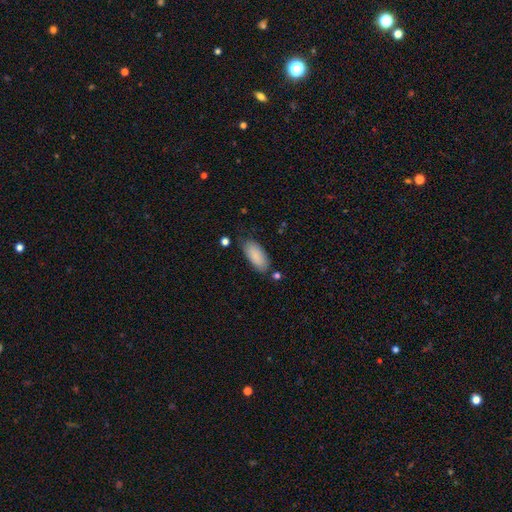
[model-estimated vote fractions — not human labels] The model was most divided on "merging": none: 72%, minor disturbance: 20%, major disturbance: 4%, merger: 4%. More confident: how rounded — in between (89%); smooth or featured — smooth (86%).